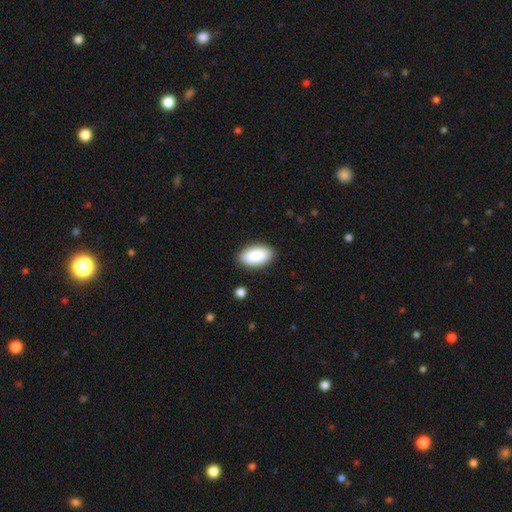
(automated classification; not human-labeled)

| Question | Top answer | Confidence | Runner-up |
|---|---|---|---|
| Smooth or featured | smooth | 90% | star or artifact (6%) |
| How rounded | in between | 95% | cigar-shaped (3%) |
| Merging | none | 88% | minor disturbance (8%) |